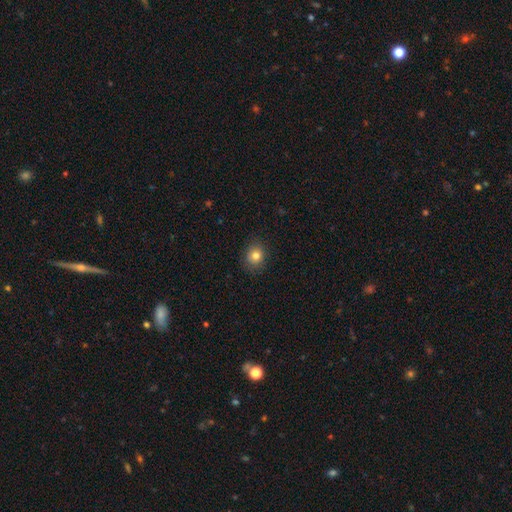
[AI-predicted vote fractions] A smooth galaxy with no disk features (80%) that is round (71%). Merging: none (87%).